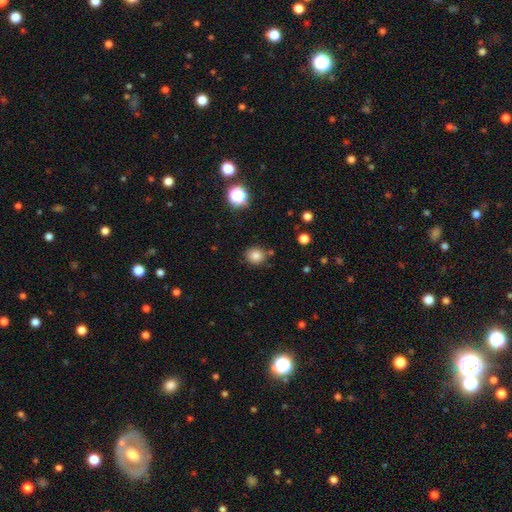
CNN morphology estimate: This is clearly a smooth galaxy (82%). How rounded: clearly round (85%). Merging: clearly none (81%).